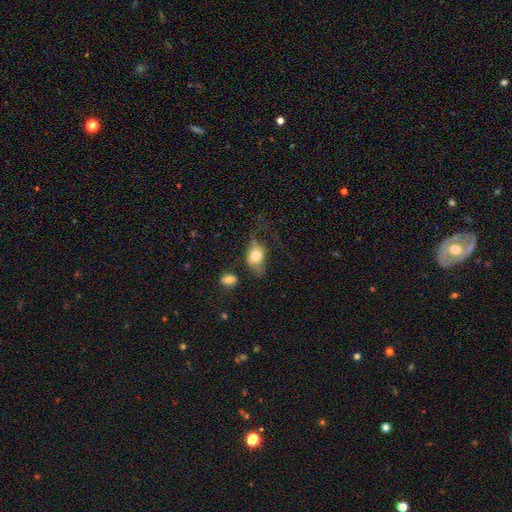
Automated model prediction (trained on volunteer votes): smooth-or-featured: smooth: 70% | featured or disk: 22% | star or artifact: 8%
  how-rounded: in between: 77% | round: 20% | cigar-shaped: 3%
  merging: none: 35% | major disturbance: 32% | minor disturbance: 27% | merger: 6%